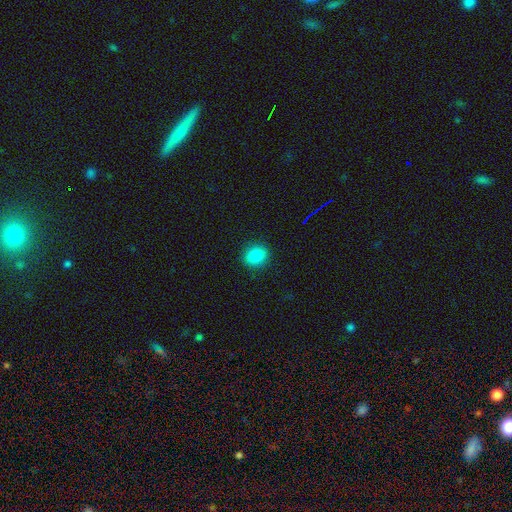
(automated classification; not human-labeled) Smooth or featured? smooth (85%)
How rounded? in between (50%)
Merging? none (89%)